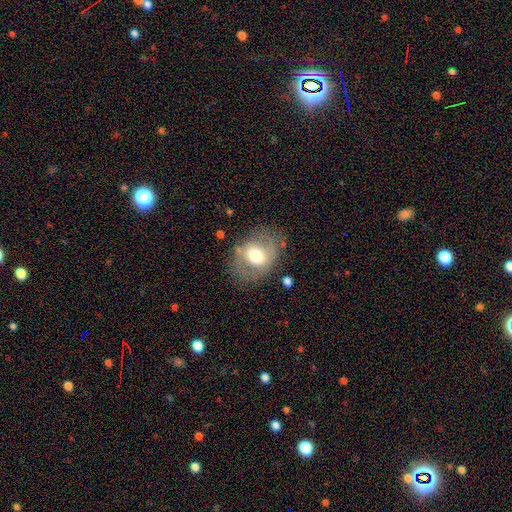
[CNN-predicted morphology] A smooth galaxy with no disk features (50%). Merging: none (67%).